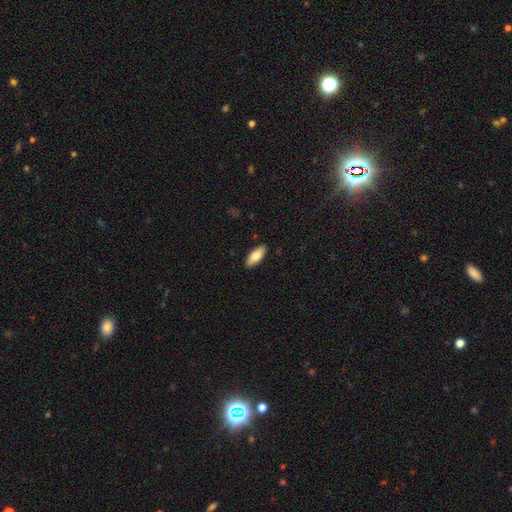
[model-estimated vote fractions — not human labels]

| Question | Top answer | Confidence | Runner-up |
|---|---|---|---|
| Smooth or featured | smooth | 76% | featured or disk (18%) |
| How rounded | in between | 79% | cigar-shaped (19%) |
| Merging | none | 90% | minor disturbance (7%) |